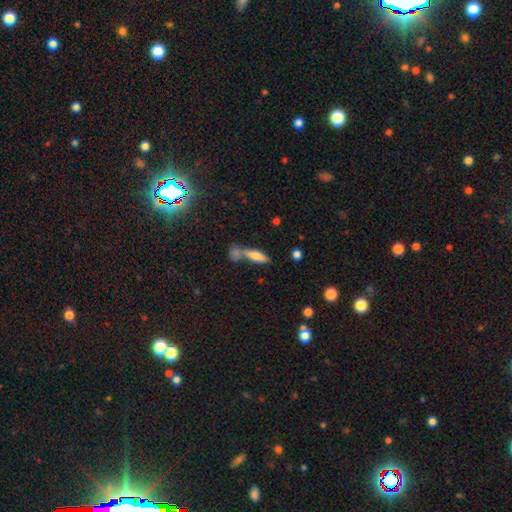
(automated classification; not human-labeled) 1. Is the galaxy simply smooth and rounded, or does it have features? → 75% smooth, 17% featured or disk, 8% star or artifact.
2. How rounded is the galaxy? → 55% in between, 43% cigar-shaped, 3% round.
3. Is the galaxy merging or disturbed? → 50% none, 35% merger, 11% minor disturbance, 4% major disturbance.